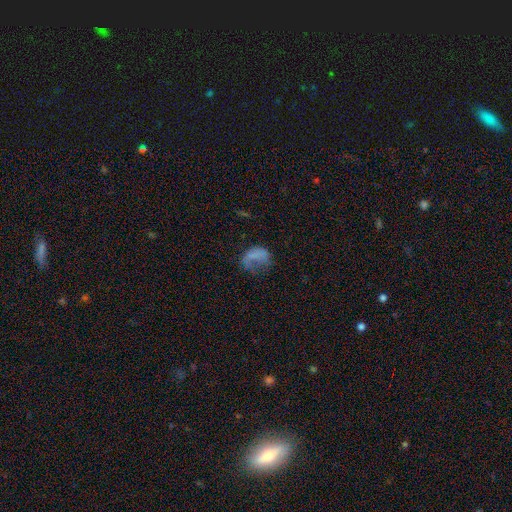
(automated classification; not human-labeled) This appears to be a smooth galaxy with no disk features (61%) that is in between round and cigar-shaped (66%). Merging: major disturbance (49%).